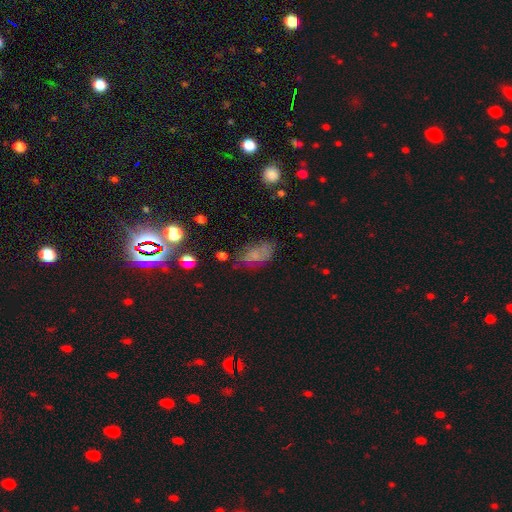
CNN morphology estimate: A smooth galaxy with no disk features (49%).

Vote fractions:
- Smooth or featured? smooth: 49% / featured or disk: 29% / star or artifact: 22%
- Merging? none: 53% / minor disturbance: 27% / major disturbance: 15% / merger: 4%